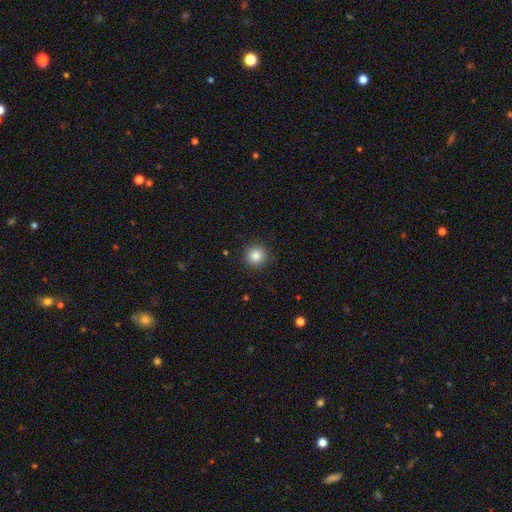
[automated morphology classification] Overall: smooth (85%). How rounded: round (94%). Merging: none (91%).